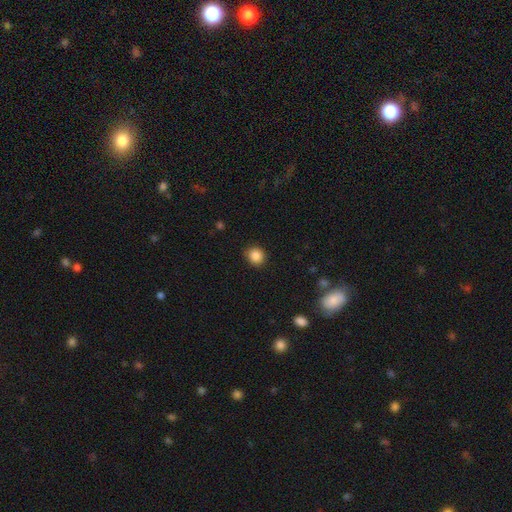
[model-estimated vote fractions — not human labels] Smooth or featured? Predicted: smooth (p=0.86). How rounded? Predicted: round (p=0.82). Merging? Predicted: none (p=0.86).